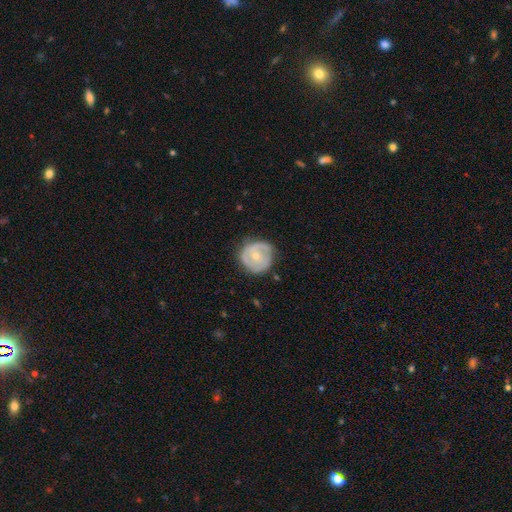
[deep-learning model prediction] Smooth or featured: featured or disk — 64% (smooth — 30%)
Edge-on disk: no — 97% (yes — 3%)
Bar: no — 71% (weak — 23%)
Spiral arms: yes — 71% (no — 29%)
Bulge size: small — 61% (moderate — 36%)
Merging: none — 70% (minor disturbance — 21%)